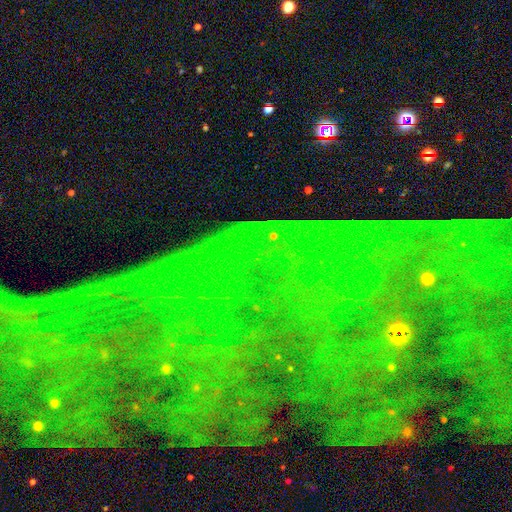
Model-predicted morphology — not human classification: This is clearly a star or artifact rather than a galaxy (84%).